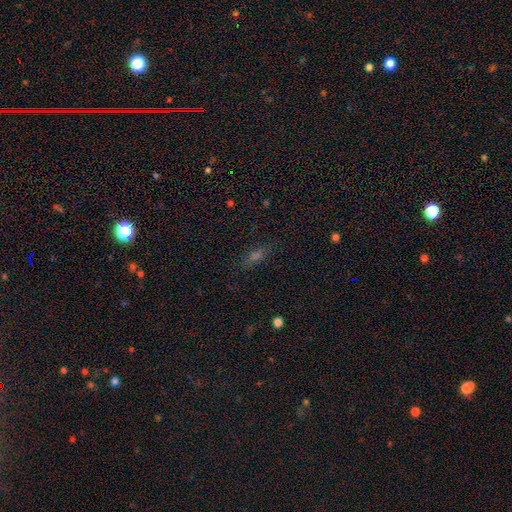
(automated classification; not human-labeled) A smooth galaxy with no disk features (50%). Merging: none (79%).